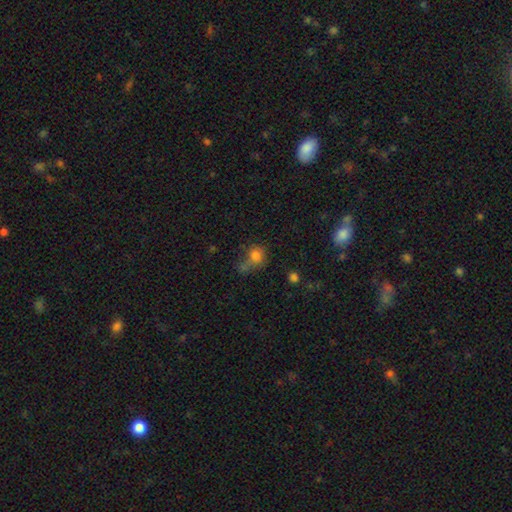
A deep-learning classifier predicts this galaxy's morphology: Overall: smooth (77%). How rounded: round (73%). Merging: none (41%; merger 27%).